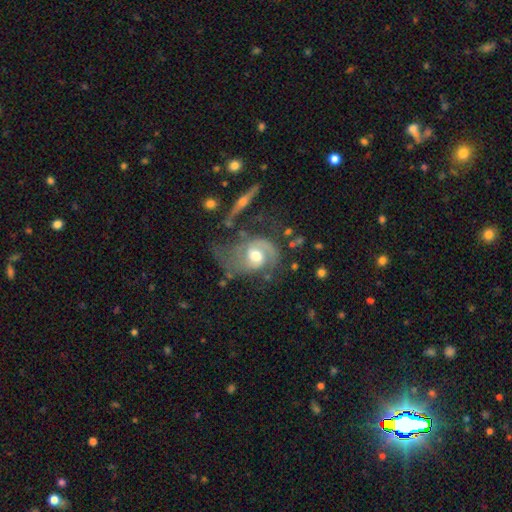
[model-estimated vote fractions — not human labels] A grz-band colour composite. It shows a featured or disk galaxy (79%) with no bar (52%), 2 (61%) medium (45%) spiral arms (90%) and a moderate central bulge (66%). Merging: none (36%).